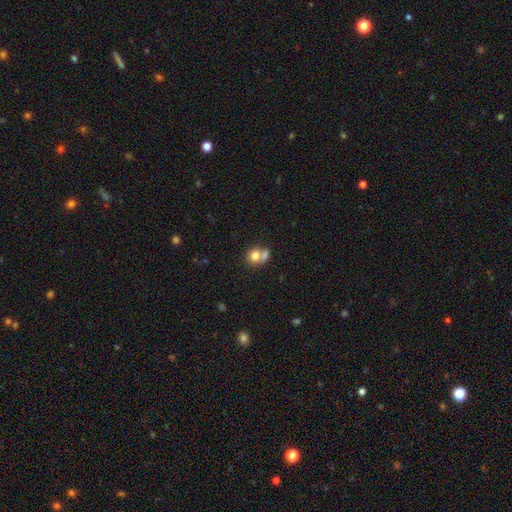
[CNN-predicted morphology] smooth 76%, featured or disk 15%, star or artifact 9%. Down the decision tree: how rounded — round (68%); merging — merger (51%).